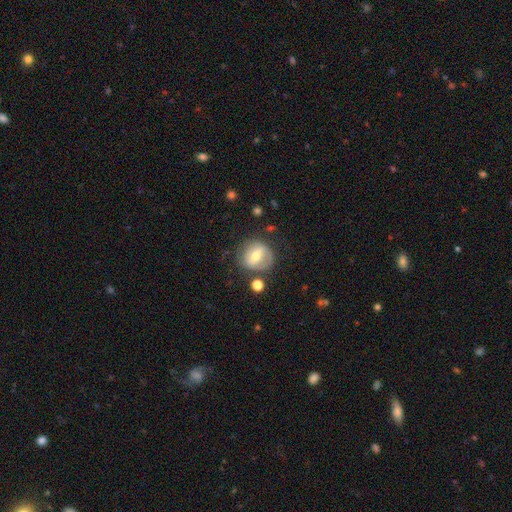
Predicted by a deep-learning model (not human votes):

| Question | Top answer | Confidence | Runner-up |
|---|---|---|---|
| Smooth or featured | featured or disk | 47% | smooth (45%) |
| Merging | none | 68% | minor disturbance (18%) |